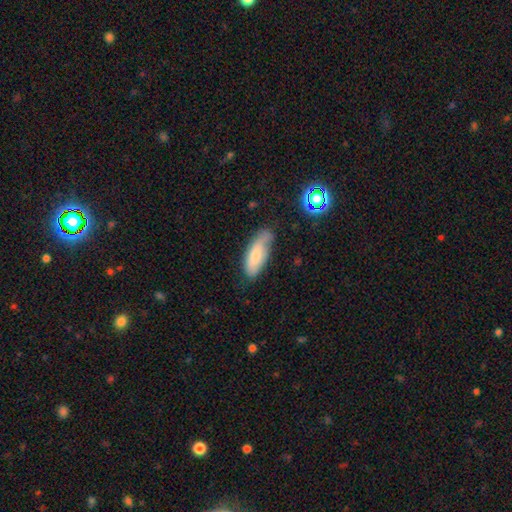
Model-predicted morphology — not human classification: Smooth or featured? Predicted: smooth (p=0.73). How rounded? Predicted: in between (p=0.75). Merging? Predicted: none (p=0.53).